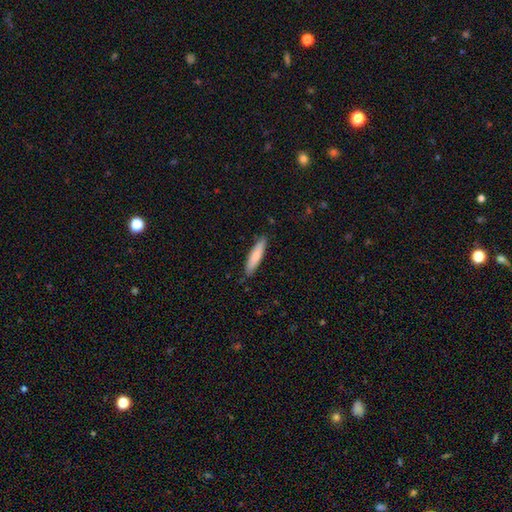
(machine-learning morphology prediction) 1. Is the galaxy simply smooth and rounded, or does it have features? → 78% smooth, 17% featured or disk, 5% star or artifact.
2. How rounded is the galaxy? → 81% cigar-shaped, 17% in between, 1% round.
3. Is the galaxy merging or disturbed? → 86% none, 10% minor disturbance, 2% major disturbance, 1% merger.